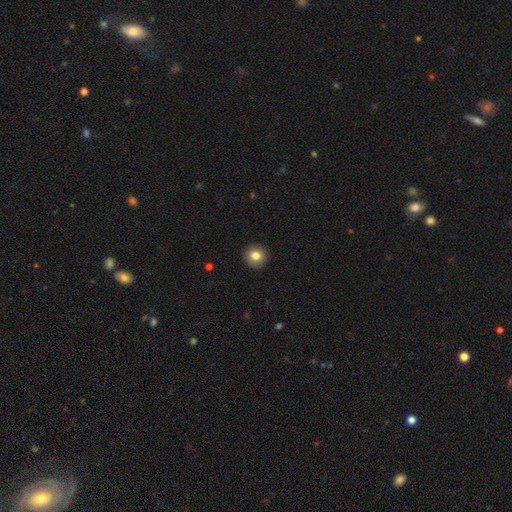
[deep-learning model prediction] smooth 82%, featured or disk 9%, star or artifact 9%. Down the decision tree: how rounded — round (94%); merging — none (93%).